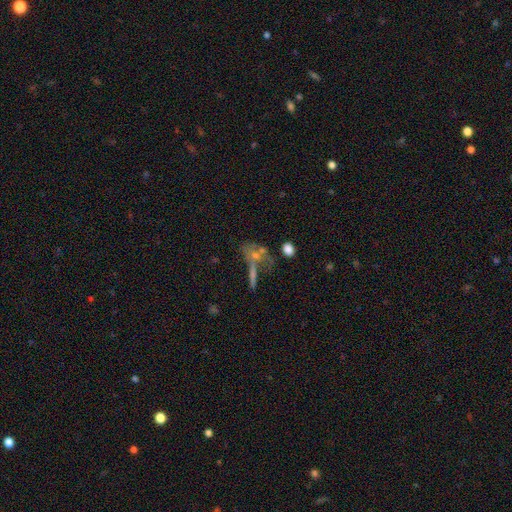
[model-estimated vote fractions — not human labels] A smooth galaxy with no disk features (51%) that is in between round and cigar-shaped (62%).

Vote fractions:
- Smooth or featured? smooth: 51% / featured or disk: 35% / star or artifact: 14%
- How rounded? in between: 62% / round: 21% / cigar-shaped: 17%
- Merging? none: 35% / merger: 33% / major disturbance: 17% / minor disturbance: 15%